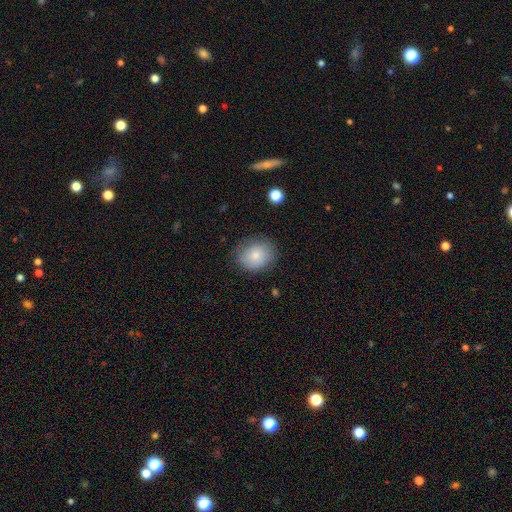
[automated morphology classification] Smooth or featured: smooth — 78% (featured or disk — 14%)
How rounded: round — 69% (in between — 30%)
Merging: none — 79% (minor disturbance — 15%)